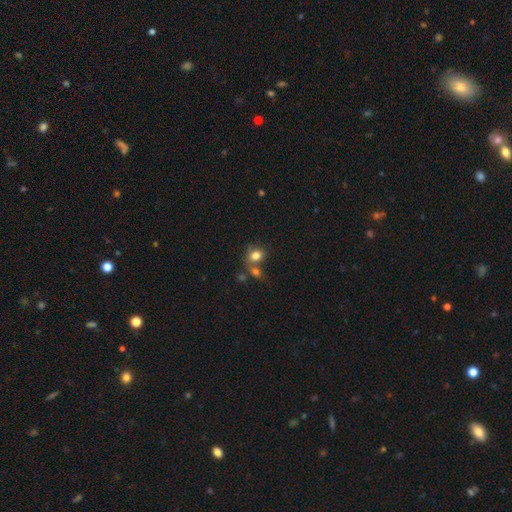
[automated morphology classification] A smooth galaxy with no disk features (80%) that is round (56%).

Vote fractions:
- Smooth or featured? smooth: 80% / star or artifact: 11% / featured or disk: 10%
- How rounded? round: 56% / in between: 43% / cigar-shaped: 1%
- Merging? none: 46% / merger: 34% / minor disturbance: 14% / major disturbance: 6%